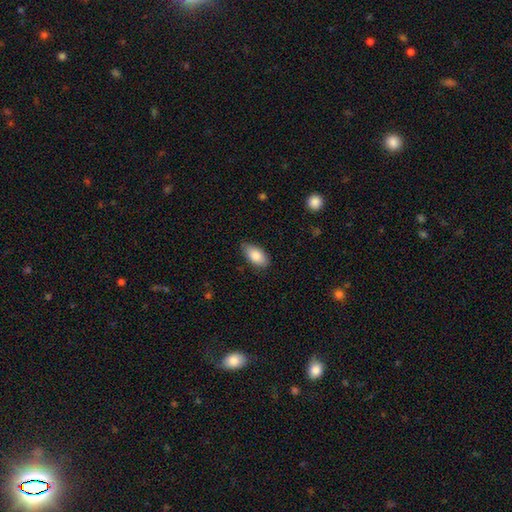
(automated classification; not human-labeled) A smooth galaxy with no disk features (85%) that is in between round and cigar-shaped (93%).

Vote fractions:
- Smooth or featured? smooth: 85% / featured or disk: 9% / star or artifact: 7%
- How rounded? in between: 93% / cigar-shaped: 4% / round: 3%
- Merging? none: 77% / minor disturbance: 19% / major disturbance: 3% / merger: 1%